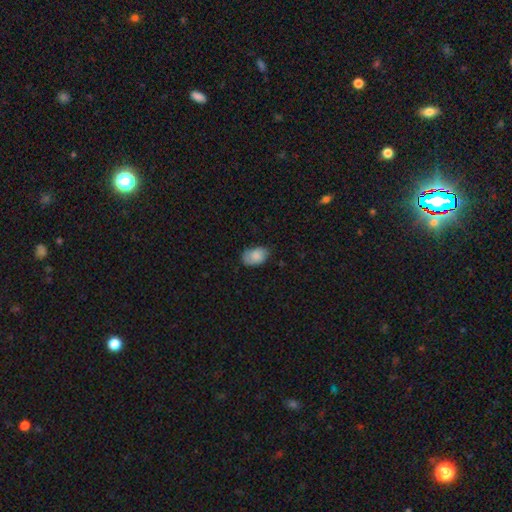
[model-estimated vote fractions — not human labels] smooth_or_featured: smooth (p=0.82) [alt: featured or disk p=0.10]
how_rounded: in between (p=0.87) [alt: round p=0.12]
merging: none (p=0.65) [alt: minor disturbance p=0.28]